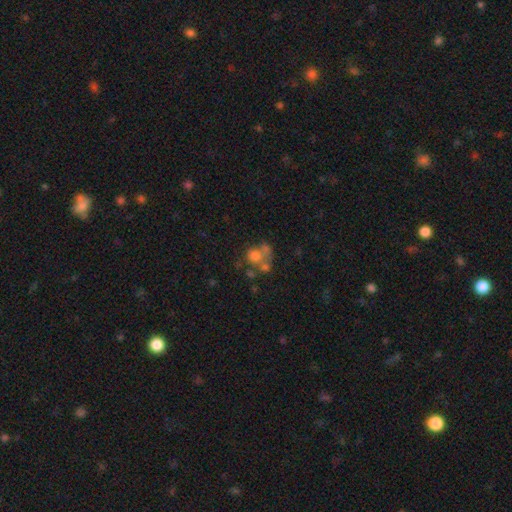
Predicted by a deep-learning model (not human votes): Q: Smooth or featured?
A: smooth (60%); runner-up: featured or disk (26%)
Q: How rounded?
A: round (72%); runner-up: in between (27%)
Q: Merging?
A: merger (45%); runner-up: none (32%)